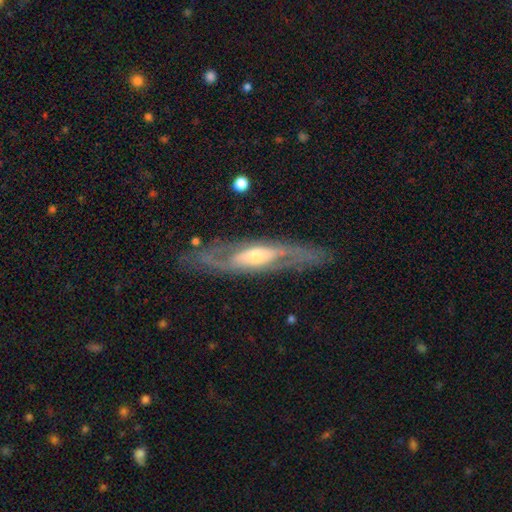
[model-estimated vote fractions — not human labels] smooth-or-featured: featured or disk: 77% | smooth: 18% | star or artifact: 5%
  disk-edge-on: no: 64% | yes: 36%
  merging: none: 76% | minor disturbance: 15% | major disturbance: 8% | merger: 2%